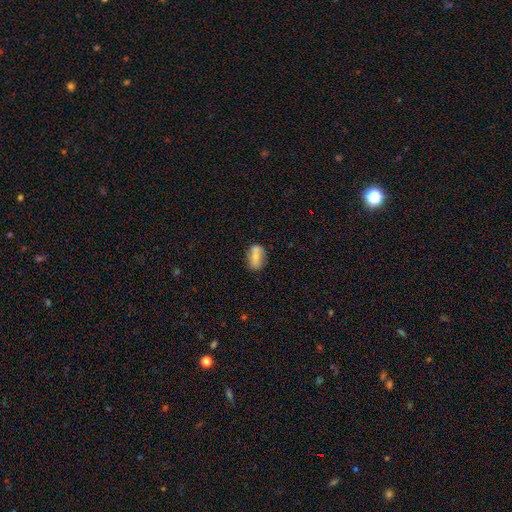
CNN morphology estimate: smooth-or-featured: smooth: 62% | featured or disk: 30% | star or artifact: 8%
  how-rounded: in between: 81% | round: 14% | cigar-shaped: 5%
  merging: none: 64% | minor disturbance: 19% | merger: 12% | major disturbance: 5%